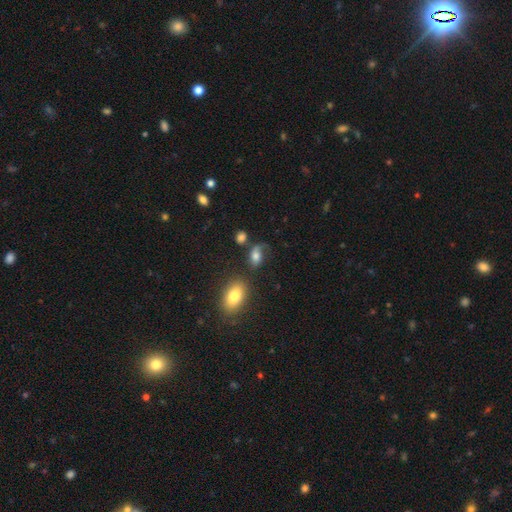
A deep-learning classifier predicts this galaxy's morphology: Overall: smooth (64%). How rounded: in between (83%). Merging: none (45%; minor disturbance 26%).